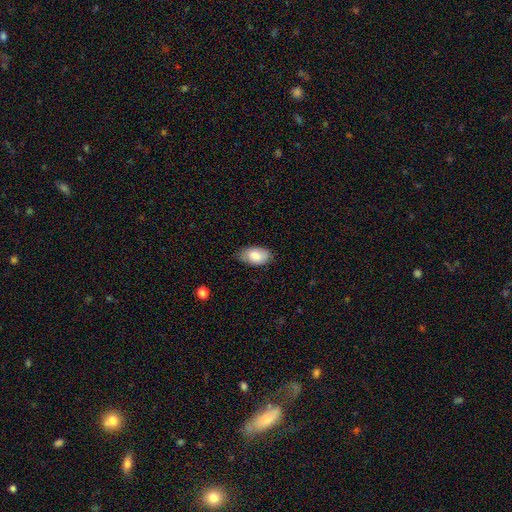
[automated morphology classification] smooth_or_featured: smooth (p=0.81) [alt: featured or disk p=0.13]
how_rounded: in between (p=0.93) [alt: round p=0.05]
merging: none (p=0.71) [alt: minor disturbance p=0.24]